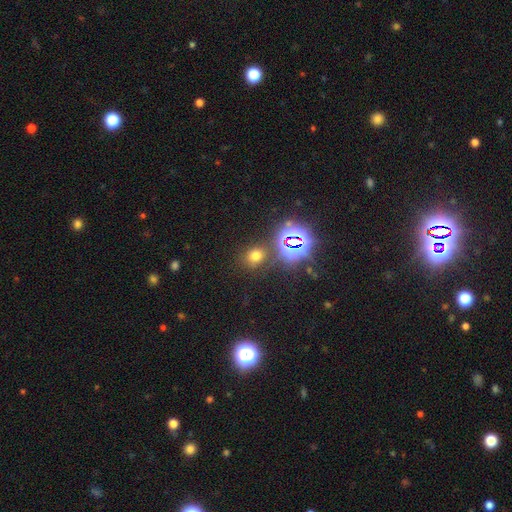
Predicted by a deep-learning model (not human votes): Smooth or featured?
  - smooth: 58% *
  - star or artifact: 35%
  - featured or disk: 7%
How rounded?
  - round: 67% *
  - in between: 31%
  - cigar-shaped: 1%
Merging?
  - none: 80% *
  - minor disturbance: 10%
  - merger: 6%
  - major disturbance: 4%